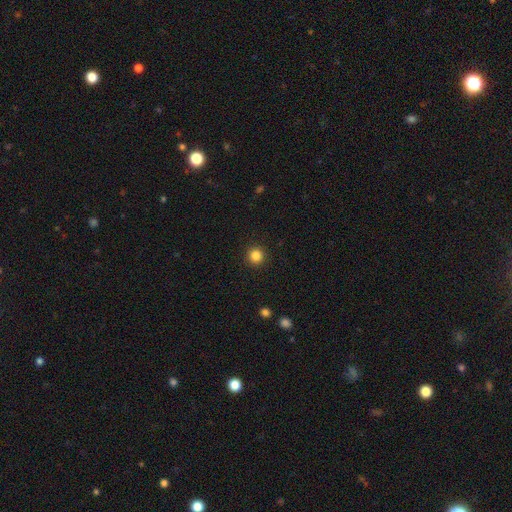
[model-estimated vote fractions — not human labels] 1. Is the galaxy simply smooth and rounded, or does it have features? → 85% smooth, 11% star or artifact, 4% featured or disk.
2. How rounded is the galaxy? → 95% round, 4% in between, 1% cigar-shaped.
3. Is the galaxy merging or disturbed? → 92% none, 5% minor disturbance, 2% major disturbance, 1% merger.